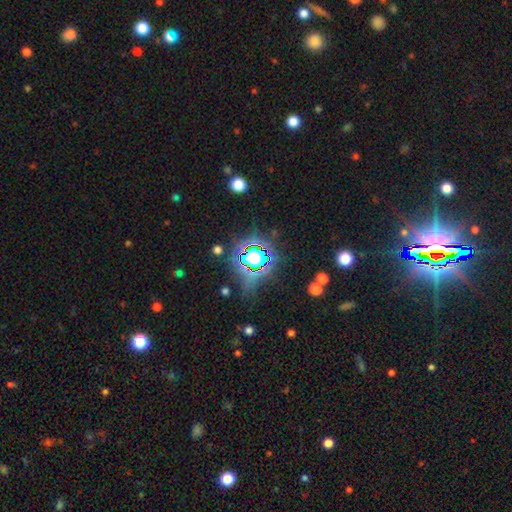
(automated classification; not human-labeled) smooth-or-featured: star or artifact: 80% | smooth: 12% | featured or disk: 8%